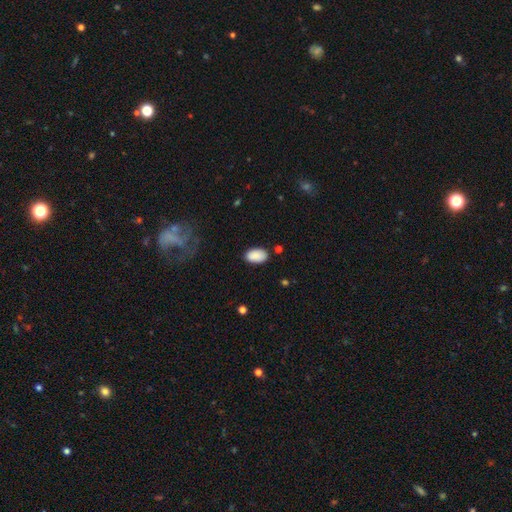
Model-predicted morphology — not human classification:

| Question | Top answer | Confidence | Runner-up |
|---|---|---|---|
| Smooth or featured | smooth | 89% | star or artifact (7%) |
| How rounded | in between | 94% | round (5%) |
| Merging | none | 80% | minor disturbance (14%) |